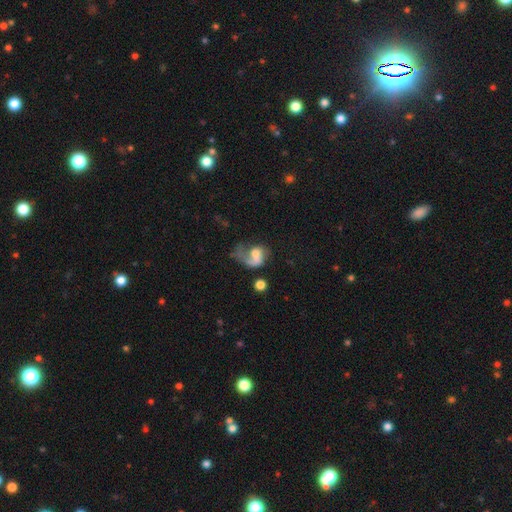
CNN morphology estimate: Smooth or featured? featured or disk (60%)
Edge-on disk? no (97%)
Bar? no (66%)
Spiral arms? yes (79%)
Bulge size? moderate (34%)
Merging? major disturbance (50%)